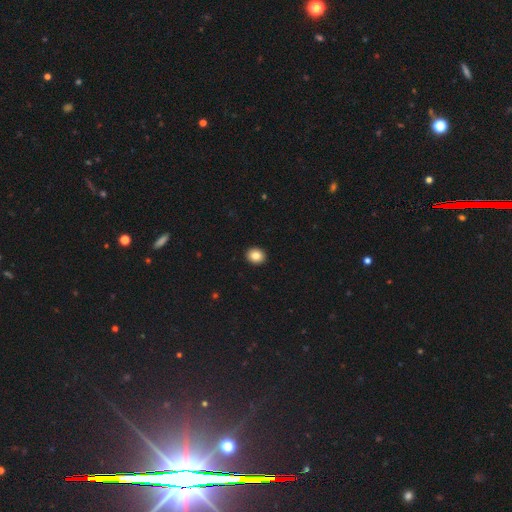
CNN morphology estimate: Smooth or featured: smooth — 84% (star or artifact — 9%)
How rounded: round — 66% (in between — 33%)
Merging: none — 93% (minor disturbance — 5%)